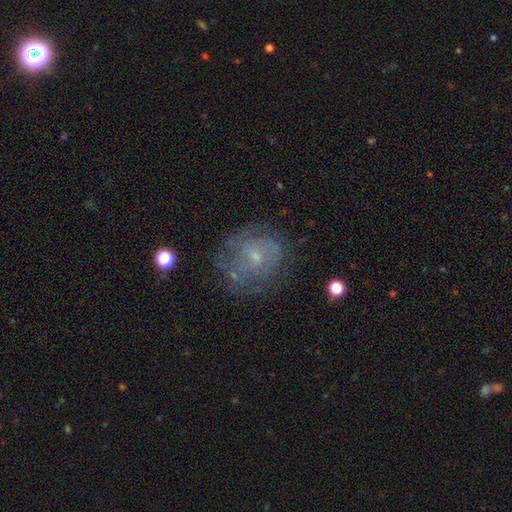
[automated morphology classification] featured or disk 56%, smooth 31%, star or artifact 13%. Down the decision tree: edge-on disk — no (97%); bar — no (78%); spiral arms — yes (54%); bulge size — small (70%); merging — none (61%).